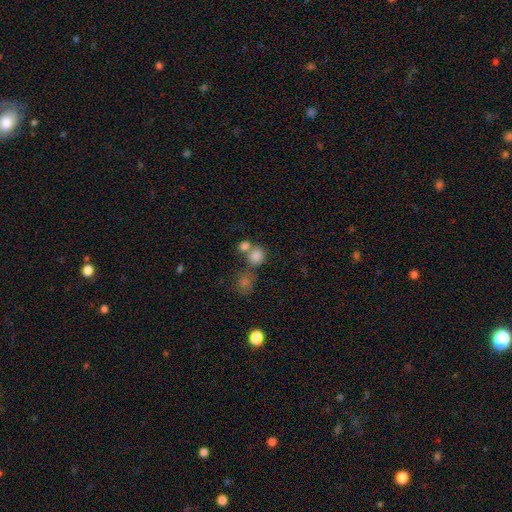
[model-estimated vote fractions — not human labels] Morphology: type=smooth (80%); roundness=round (78%); merging=none (45%).